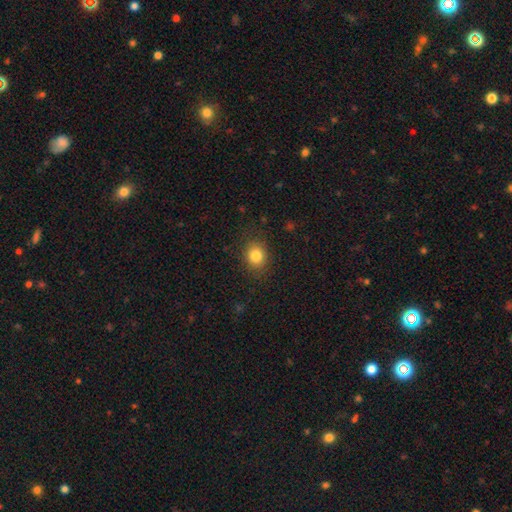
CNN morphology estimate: smooth_or_featured: smooth (p=0.83) [alt: star or artifact p=0.11]
how_rounded: round (p=0.65) [alt: in between p=0.34]
merging: none (p=0.85) [alt: minor disturbance p=0.10]